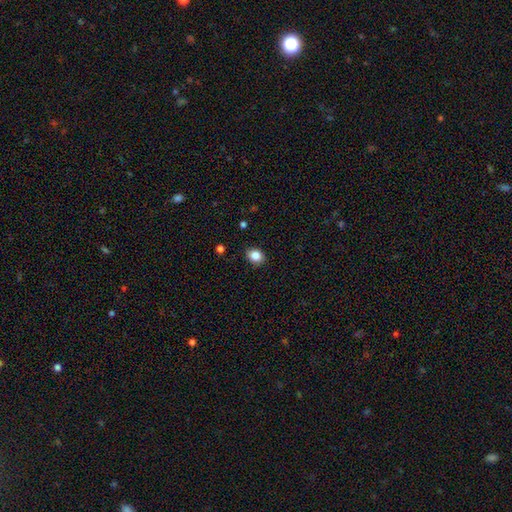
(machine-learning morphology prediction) A smooth galaxy with no disk features (85%) that is round (51%). Merging: none (88%).